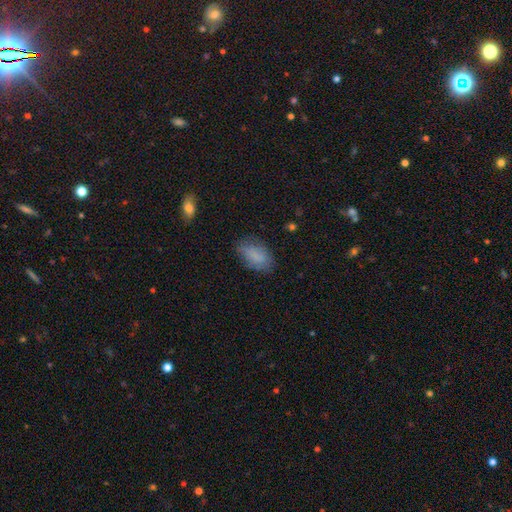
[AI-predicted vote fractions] A smooth galaxy with no disk features (79%) that is in between round and cigar-shaped (92%).

Vote fractions:
- Smooth or featured? smooth: 79% / featured or disk: 12% / star or artifact: 9%
- How rounded? in between: 92% / round: 6% / cigar-shaped: 3%
- Merging? none: 69% / minor disturbance: 22% / major disturbance: 7% / merger: 2%